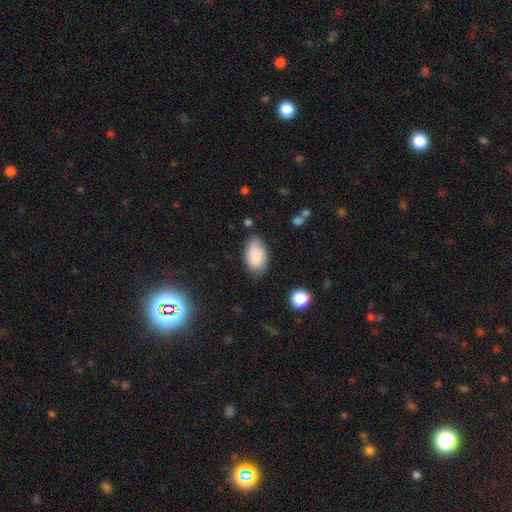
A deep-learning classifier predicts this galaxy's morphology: type=smooth (84%); roundness=in between (93%); merging=none (69%).